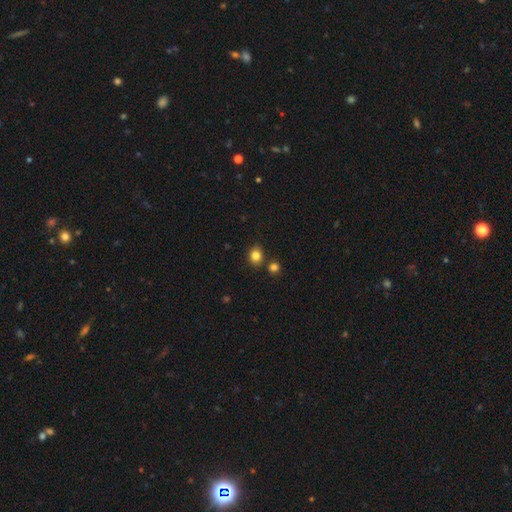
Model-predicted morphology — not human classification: This appears to be a smooth galaxy with no disk features (83%) that is round (63%). Merging: none (78%).